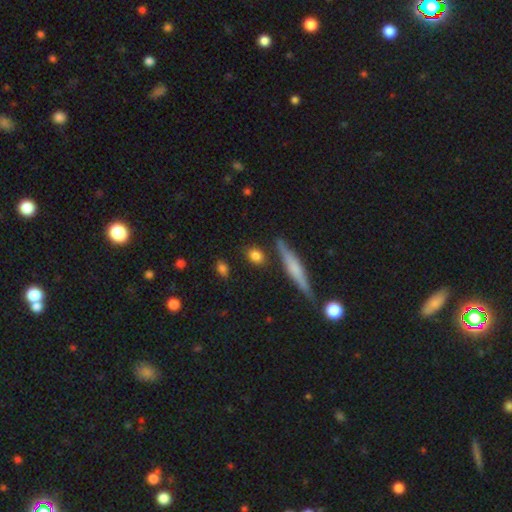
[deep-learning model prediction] smooth-or-featured: smooth: 81% | featured or disk: 10% | star or artifact: 9%
  how-rounded: in between: 49% | round: 40% | cigar-shaped: 10%
  merging: none: 82% | minor disturbance: 11% | merger: 4% | major disturbance: 3%